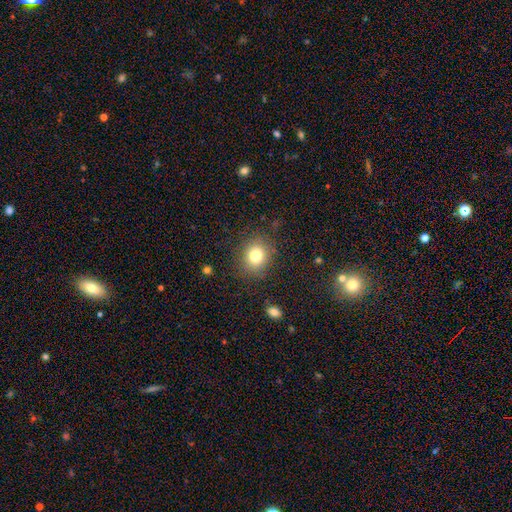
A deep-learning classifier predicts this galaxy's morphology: Overall: smooth (78%). How rounded: round (71%). Merging: none (85%).